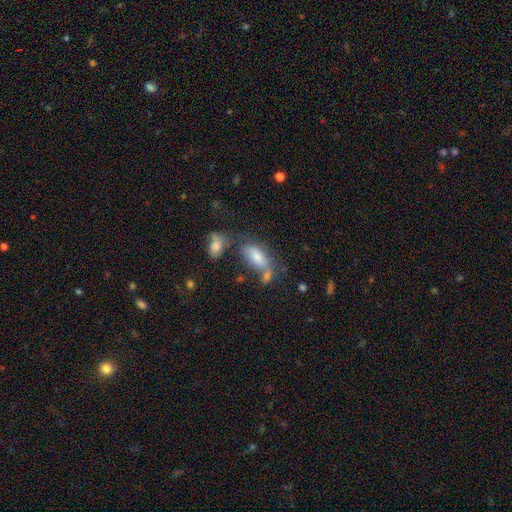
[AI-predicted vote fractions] A smooth galaxy with no disk features (67%) that is in between round and cigar-shaped (84%).

Vote fractions:
- Smooth or featured? smooth: 67% / featured or disk: 19% / star or artifact: 14%
- How rounded? in between: 84% / cigar-shaped: 11% / round: 5%
- Merging? none: 47% / merger: 27% / minor disturbance: 17% / major disturbance: 9%